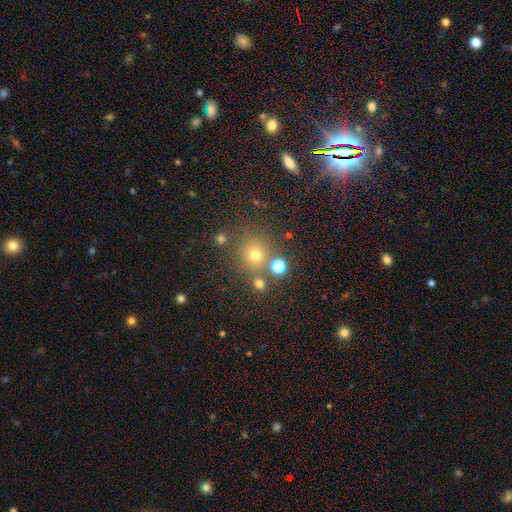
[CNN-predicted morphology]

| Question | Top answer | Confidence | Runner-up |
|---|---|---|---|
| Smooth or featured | smooth | 59% | star or artifact (30%) |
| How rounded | round | 89% | in between (9%) |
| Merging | none | 75% | merger (12%) |